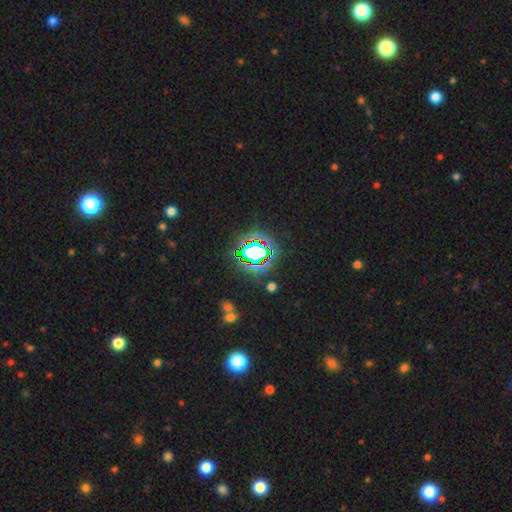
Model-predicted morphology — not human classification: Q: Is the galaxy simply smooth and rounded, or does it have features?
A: star or artifact — 69%.